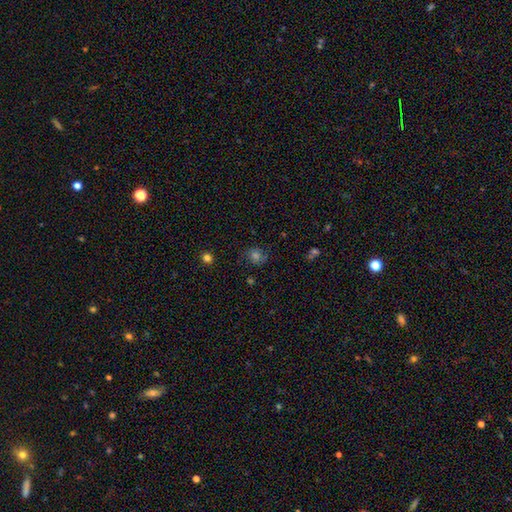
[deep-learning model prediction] Smooth or featured? smooth (52%)
How rounded? round (77%)
Merging? none (75%)